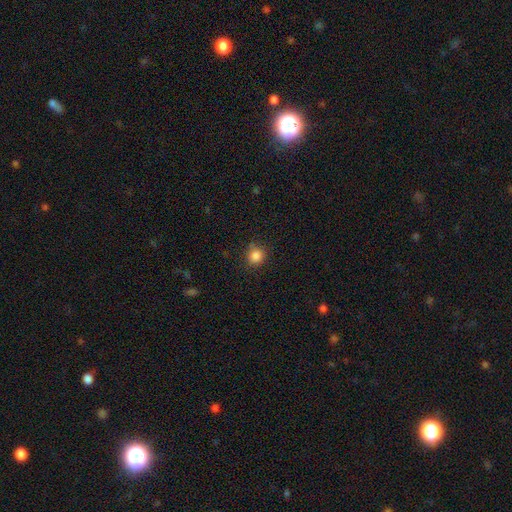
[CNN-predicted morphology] Q: Smooth or featured?
A: smooth (85%); runner-up: star or artifact (11%)
Q: How rounded?
A: round (85%); runner-up: in between (14%)
Q: Merging?
A: none (80%); runner-up: minor disturbance (15%)